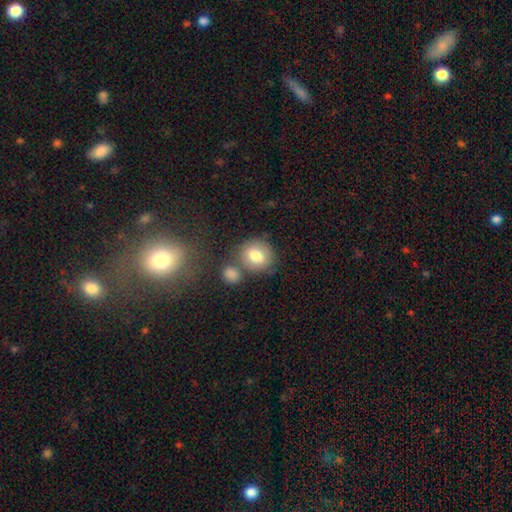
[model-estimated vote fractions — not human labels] Smooth or featured: smooth — 79% (featured or disk — 12%)
How rounded: round — 76% (in between — 23%)
Merging: none — 65% (merger — 18%)